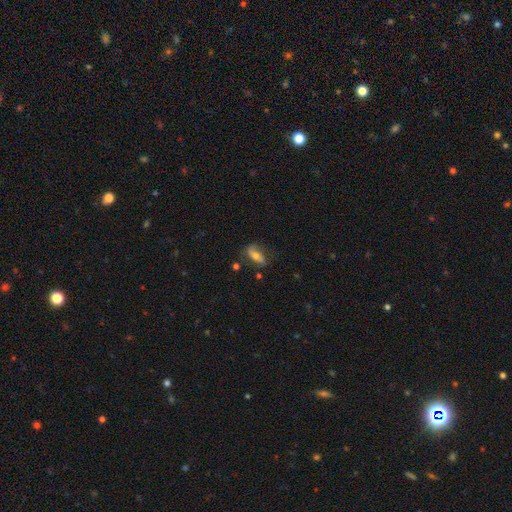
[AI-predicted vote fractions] This appears to be a smooth galaxy with no disk features (52%) that is in between round and cigar-shaped (71%). Merging: none (63%).